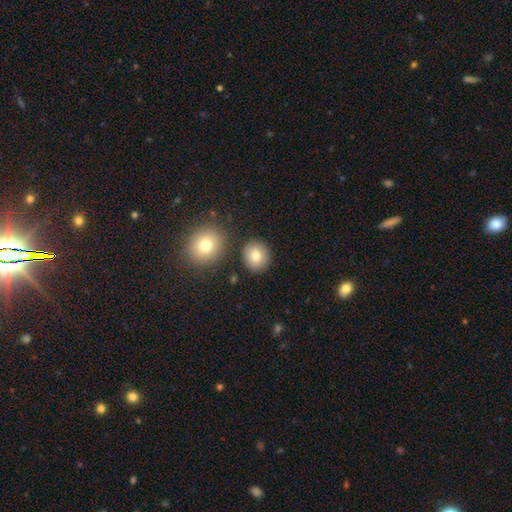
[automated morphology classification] Smooth or featured? Predicted: smooth (p=0.80). How rounded? Predicted: round (p=0.84). Merging? Predicted: none (p=0.83).